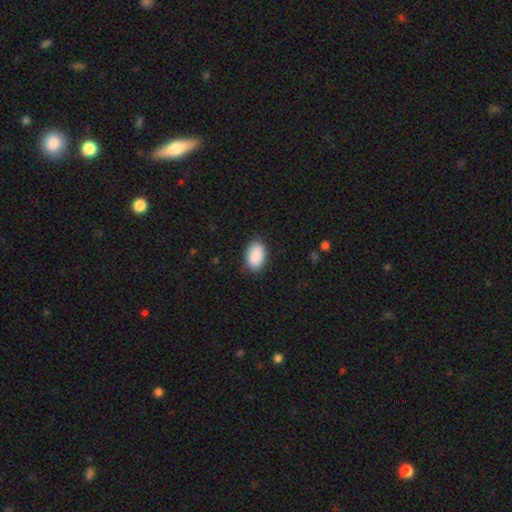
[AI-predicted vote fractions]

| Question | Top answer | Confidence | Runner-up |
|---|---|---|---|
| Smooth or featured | smooth | 90% | star or artifact (6%) |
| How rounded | in between | 92% | round (7%) |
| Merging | none | 85% | minor disturbance (11%) |